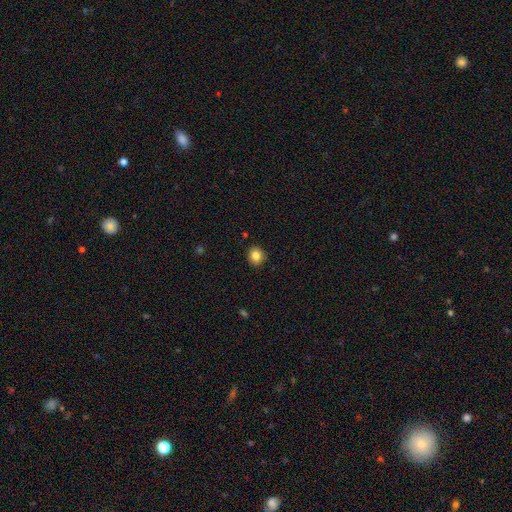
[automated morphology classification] Smooth or featured? Predicted: smooth (p=0.83). How rounded? Predicted: round (p=0.87). Merging? Predicted: none (p=0.91).